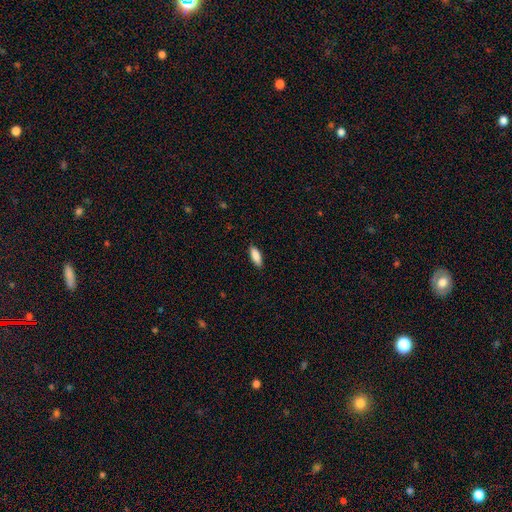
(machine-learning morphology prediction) This is clearly a smooth galaxy (88%). How rounded: likely in between (73%). Merging: clearly none (87%).